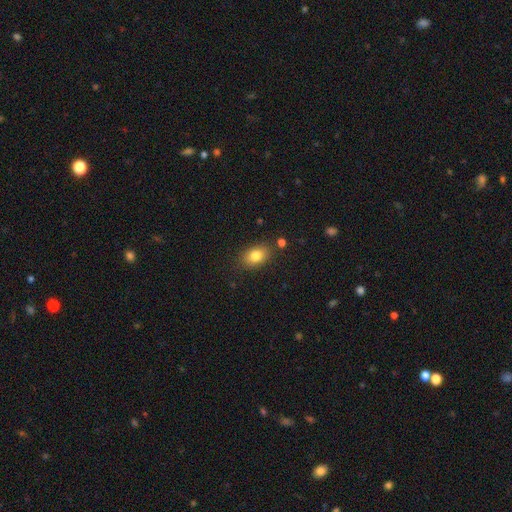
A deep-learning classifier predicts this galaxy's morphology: Smooth or featured? Predicted: smooth (p=0.82). How rounded? Predicted: in between (p=0.79). Merging? Predicted: none (p=0.82).